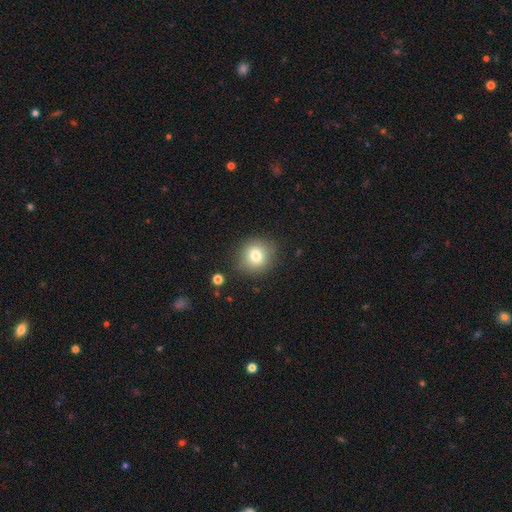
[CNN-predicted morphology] This appears to be a smooth galaxy with no disk features (77%) that is round (85%). Merging: none (85%).